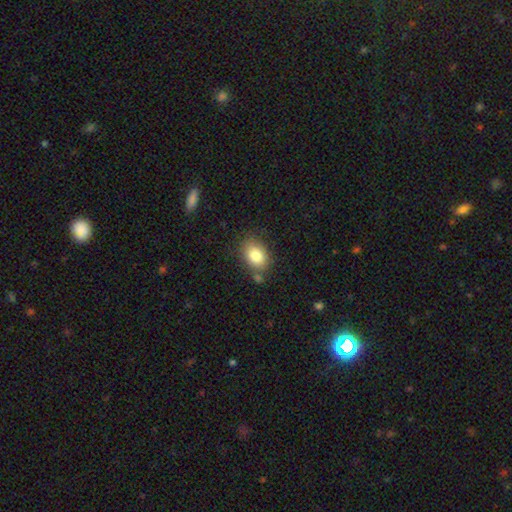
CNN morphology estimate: type=smooth (83%); roundness=in between (77%); merging=none (72%).